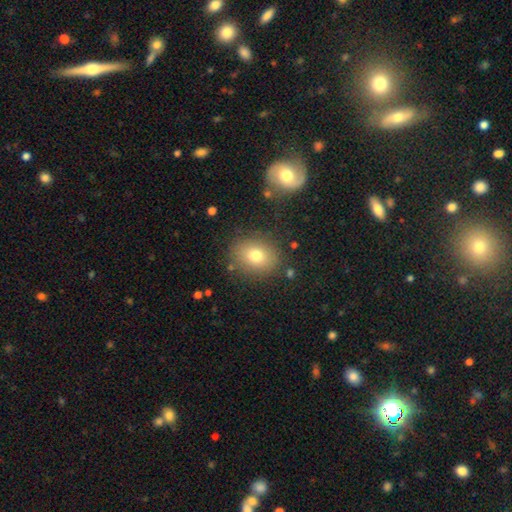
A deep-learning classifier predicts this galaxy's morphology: Smooth or featured: smooth — 75% (star or artifact — 13%)
How rounded: round — 62% (in between — 37%)
Merging: none — 84% (minor disturbance — 10%)